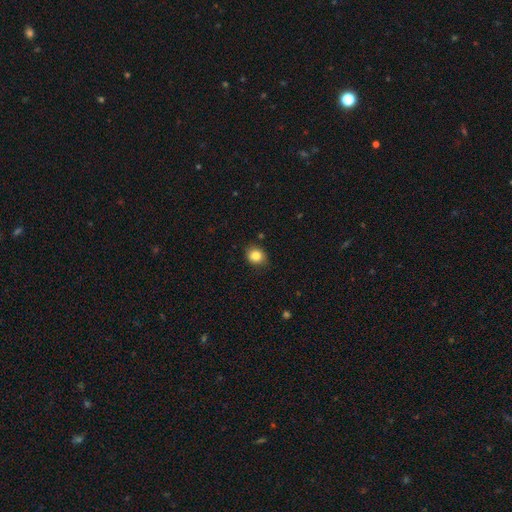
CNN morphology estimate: A smooth galaxy with no disk features (84%) that is round (68%). Merging: none (83%).